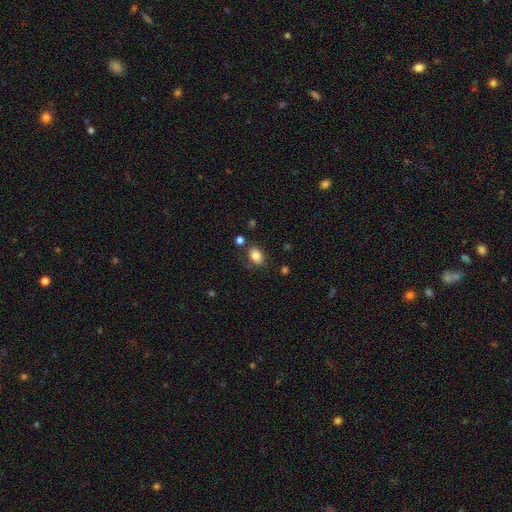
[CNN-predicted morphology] Overall: smooth (83%). How rounded: in between (74%). Merging: none (76%).